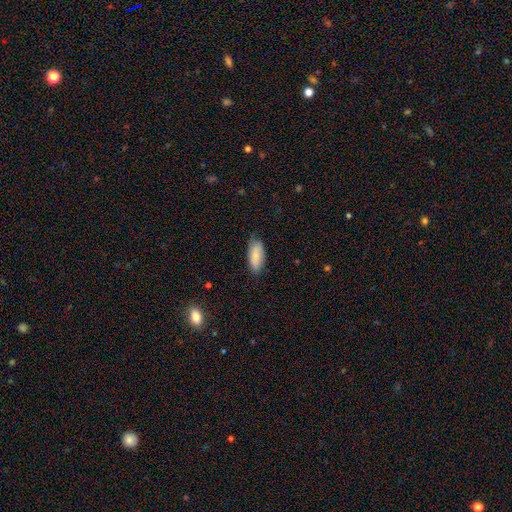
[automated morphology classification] The model was most divided on "merging": none: 70%, minor disturbance: 24%, major disturbance: 5%, merger: 1%. More confident: how rounded — in between (85%); smooth or featured — smooth (81%).